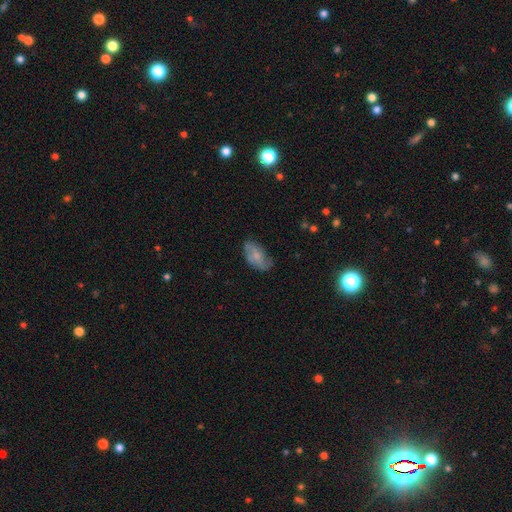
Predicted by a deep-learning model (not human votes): Smooth or featured: smooth — 60% (featured or disk — 33%)
How rounded: in between — 92% (round — 5%)
Merging: none — 60% (minor disturbance — 29%)